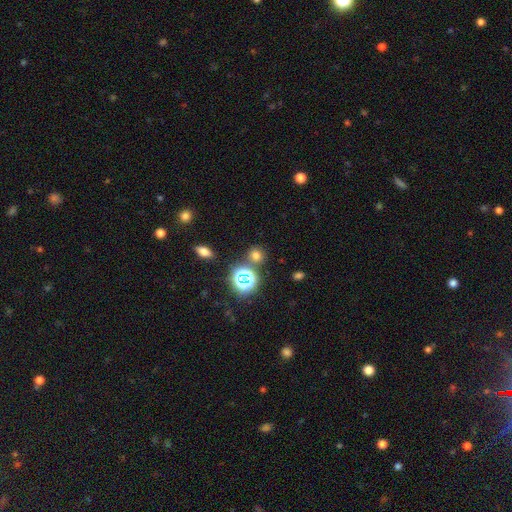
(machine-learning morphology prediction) Smooth or featured: smooth — 64% (star or artifact — 29%)
How rounded: round — 81% (in between — 18%)
Merging: none — 79% (minor disturbance — 9%)